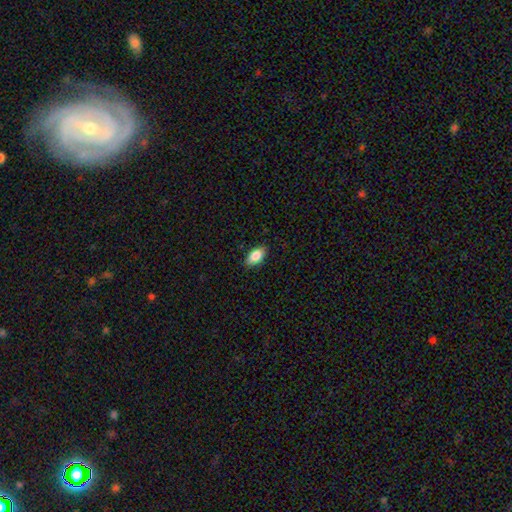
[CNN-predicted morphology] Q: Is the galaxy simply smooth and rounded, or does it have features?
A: smooth — 85%.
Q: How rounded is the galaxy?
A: in between — 91%.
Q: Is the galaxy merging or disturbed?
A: none — 86%.